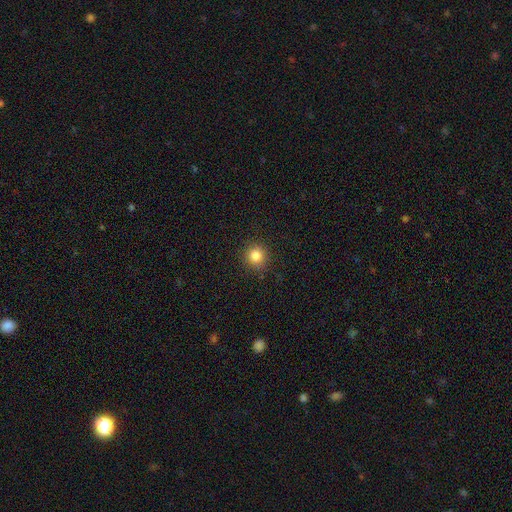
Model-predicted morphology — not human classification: Q: Smooth or featured?
A: smooth (83%); runner-up: star or artifact (12%)
Q: How rounded?
A: round (93%); runner-up: in between (6%)
Q: Merging?
A: none (90%); runner-up: minor disturbance (7%)